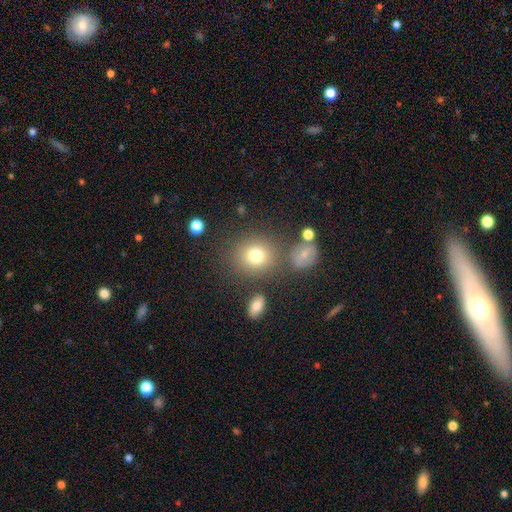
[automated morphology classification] Overall: smooth (77%). How rounded: round (81%). Merging: none (76%).